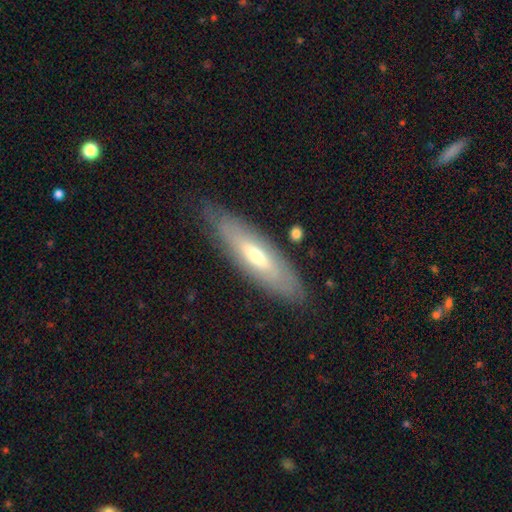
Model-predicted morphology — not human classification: Q: Smooth or featured?
A: featured or disk (52%); runner-up: smooth (40%)
Q: Edge-on disk?
A: yes (52%); runner-up: no (48%)
Q: Merging?
A: none (81%); runner-up: minor disturbance (14%)